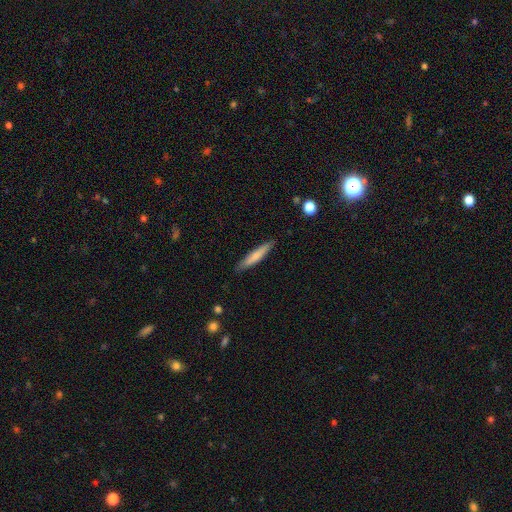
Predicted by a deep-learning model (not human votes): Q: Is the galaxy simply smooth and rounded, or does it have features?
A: smooth — 72%.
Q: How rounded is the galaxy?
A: cigar-shaped — 90%.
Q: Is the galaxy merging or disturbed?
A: none — 87%.